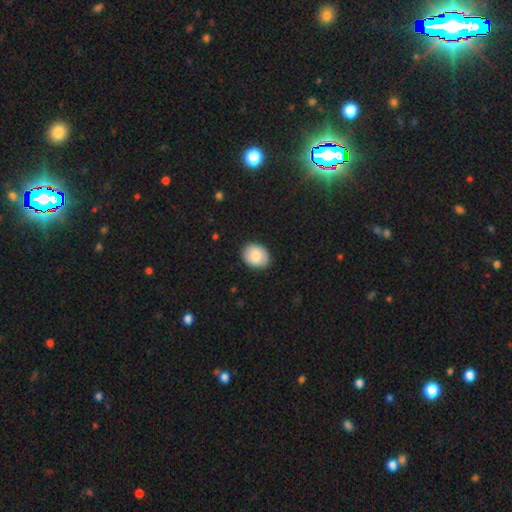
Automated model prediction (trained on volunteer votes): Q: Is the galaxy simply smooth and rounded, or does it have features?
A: smooth — 84%.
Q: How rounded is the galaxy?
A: in between — 55%.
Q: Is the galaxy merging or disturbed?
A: none — 88%.